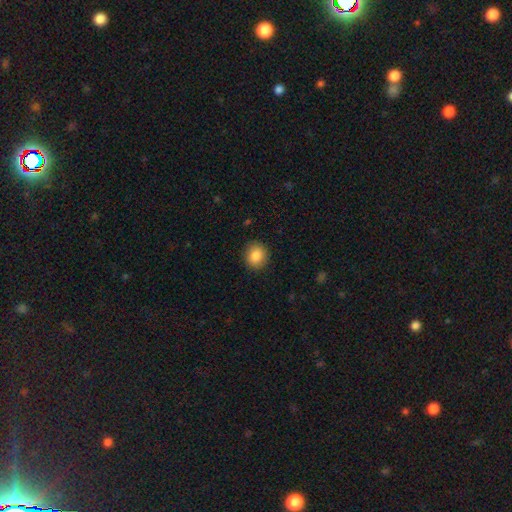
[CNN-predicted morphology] smooth 86%, star or artifact 9%, featured or disk 6%. Down the decision tree: how rounded — round (80%); merging — none (89%).